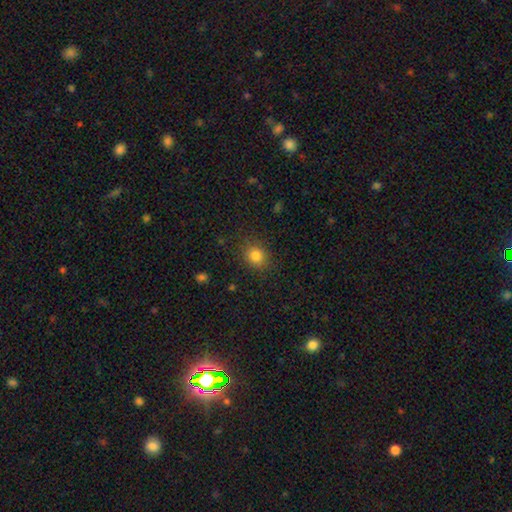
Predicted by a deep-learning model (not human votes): This is clearly a smooth galaxy (83%). How rounded: likely round (68%). Merging: clearly none (84%).